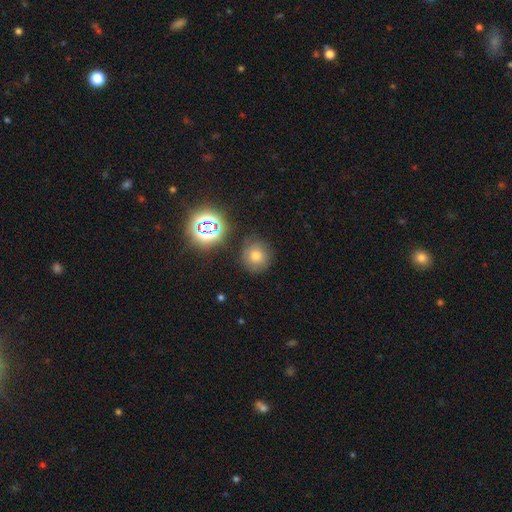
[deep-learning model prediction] Smooth or featured: smooth — 62% (star or artifact — 22%)
How rounded: round — 91% (in between — 8%)
Merging: none — 81% (minor disturbance — 12%)